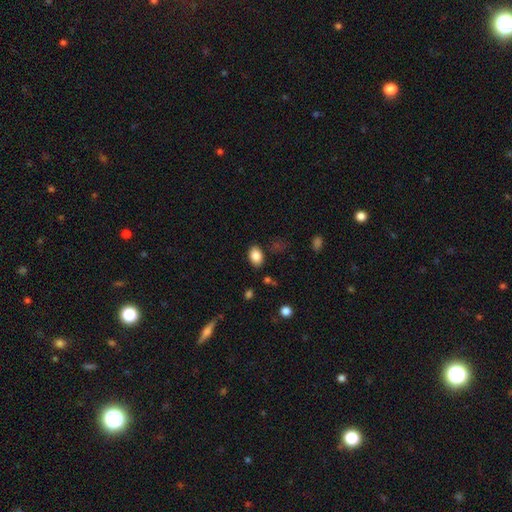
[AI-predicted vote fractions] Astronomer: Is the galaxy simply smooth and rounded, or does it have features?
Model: smooth — 85%.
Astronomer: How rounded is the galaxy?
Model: in between — 83%.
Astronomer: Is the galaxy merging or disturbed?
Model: none — 83%.